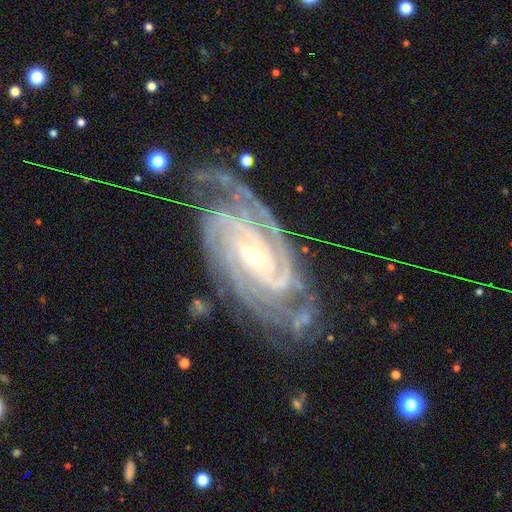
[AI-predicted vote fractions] smooth_or_featured: featured or disk (p=0.93) [alt: star or artifact p=0.05]
disk_edge_on: no (p=0.97) [alt: yes p=0.03]
bar: no (p=0.45) [alt: weak p=0.34]
has_spiral_arms: yes (p=0.99) [alt: no p=0.01]
spiral_winding: tight (p=0.74) [alt: medium p=0.23]
spiral_arm_count: 4 (p=0.30) [alt: 3 p=0.25]
bulge_size: small (p=0.71) [alt: moderate p=0.26]
merging: none (p=0.73) [alt: minor disturbance p=0.19]